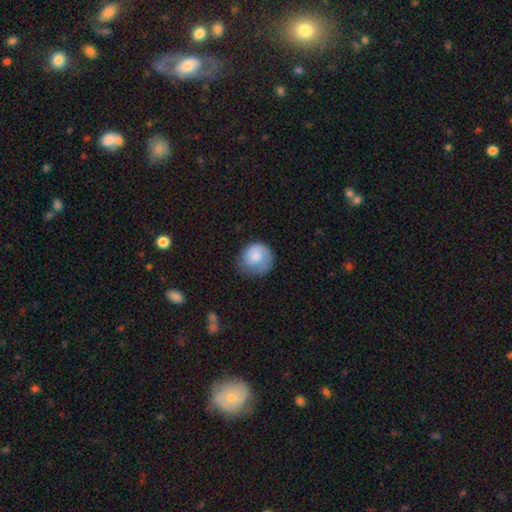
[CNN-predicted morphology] Smooth or featured: smooth — 74% (featured or disk — 20%)
How rounded: round — 86% (in between — 13%)
Merging: none — 61% (minor disturbance — 25%)